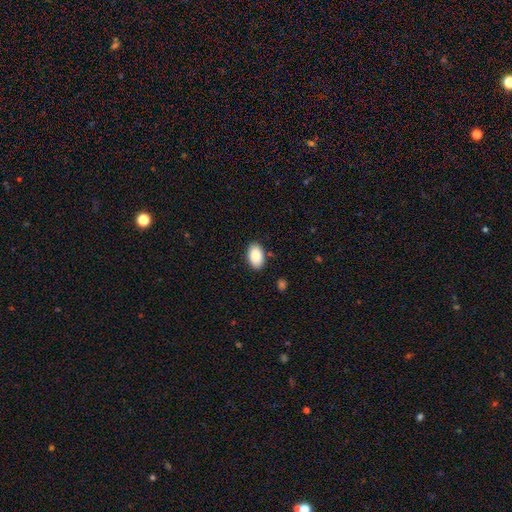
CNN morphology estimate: Q: Smooth or featured?
A: smooth (88%); runner-up: star or artifact (6%)
Q: How rounded?
A: in between (93%); runner-up: round (6%)
Q: Merging?
A: none (86%); runner-up: minor disturbance (10%)